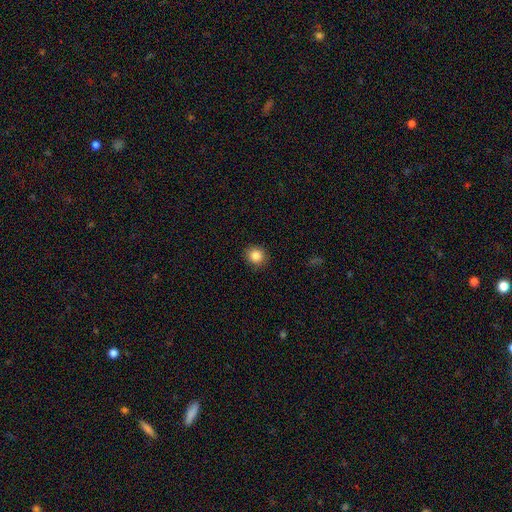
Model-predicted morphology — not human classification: smooth-or-featured: smooth: 85% | star or artifact: 10% | featured or disk: 5%
  how-rounded: round: 88% | in between: 11% | cigar-shaped: 1%
  merging: none: 90% | minor disturbance: 7% | major disturbance: 2% | merger: 1%